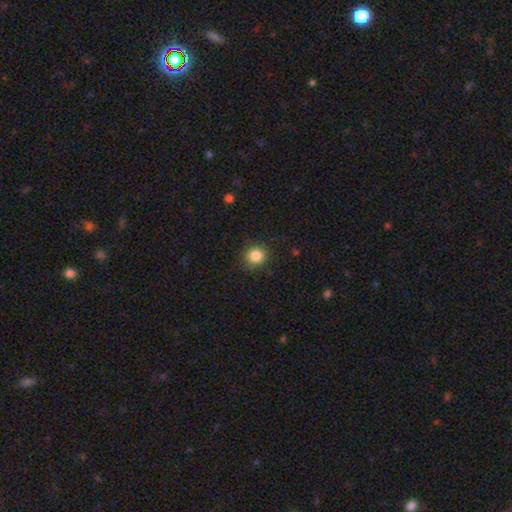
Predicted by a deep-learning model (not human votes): Q: Smooth or featured?
A: smooth (85%); runner-up: star or artifact (11%)
Q: How rounded?
A: round (84%); runner-up: in between (15%)
Q: Merging?
A: none (86%); runner-up: minor disturbance (10%)